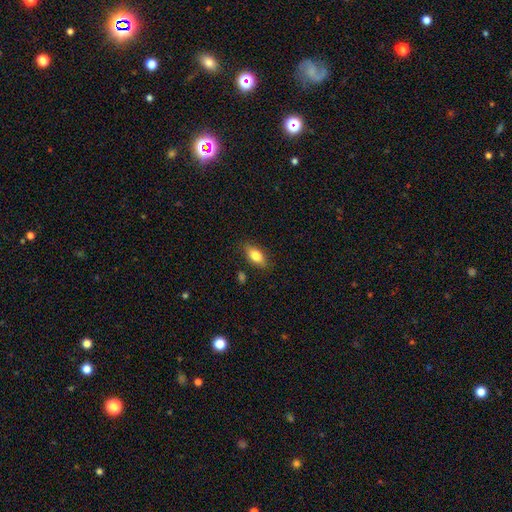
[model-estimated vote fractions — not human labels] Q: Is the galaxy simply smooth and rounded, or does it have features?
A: smooth — 79%.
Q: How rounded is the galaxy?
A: in between — 86%.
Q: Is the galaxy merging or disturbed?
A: none — 82%.